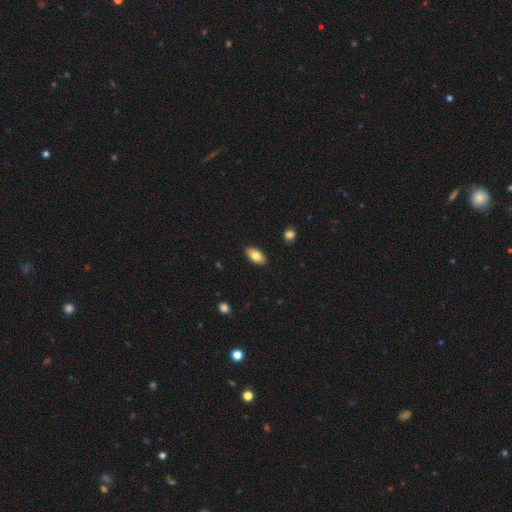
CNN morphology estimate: smooth 78%, featured or disk 15%, star or artifact 7%. Down the decision tree: how rounded — in between (92%); merging — none (90%).